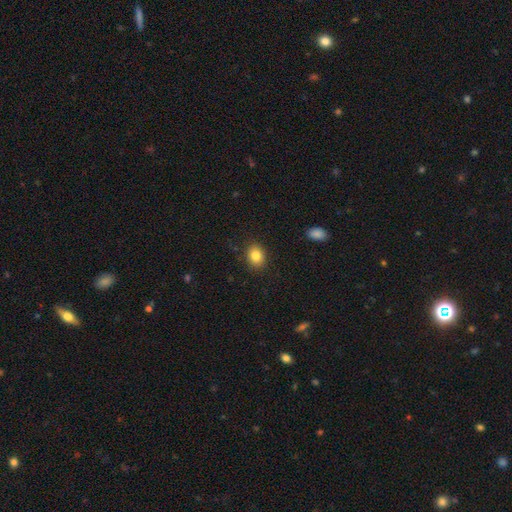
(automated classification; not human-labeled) Morphology: type=smooth (84%); roundness=in between (56%); merging=none (88%).